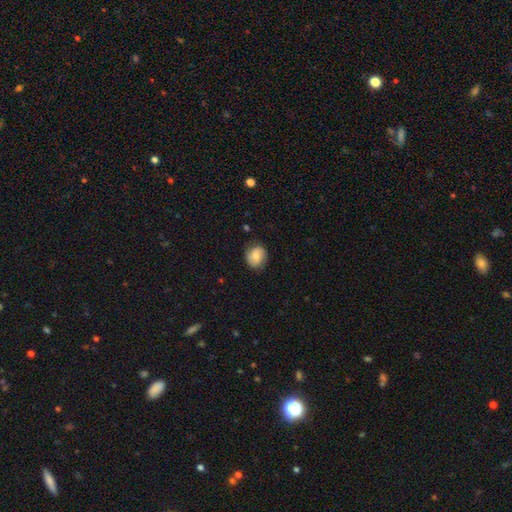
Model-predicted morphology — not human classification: type=smooth (67%); roundness=round (64%); merging=none (77%).